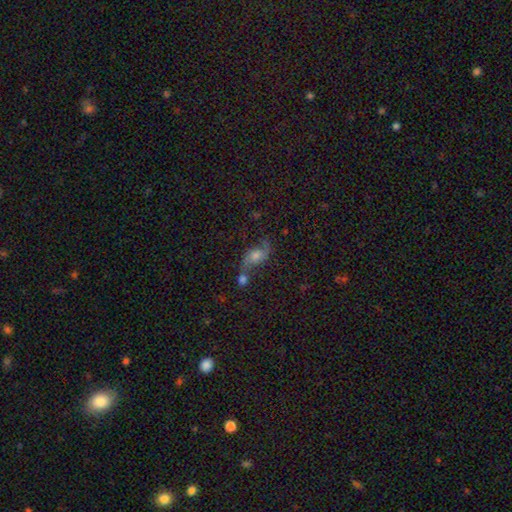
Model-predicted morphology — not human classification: This appears to be a featured or disk galaxy (62%) with no bar (66%), 2 (89%) loose (74%) spiral arms (89%) and a moderate central bulge (51%). Merging: none (47%).